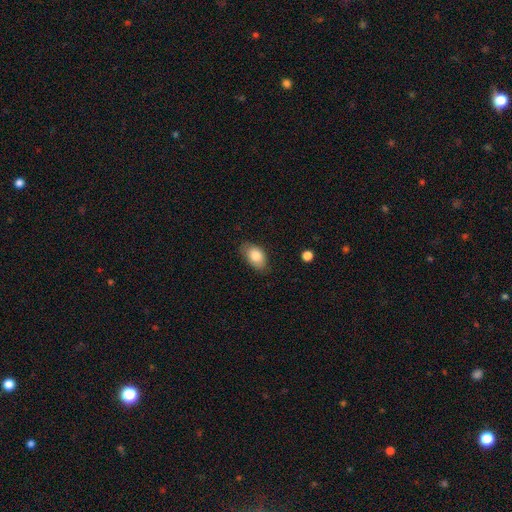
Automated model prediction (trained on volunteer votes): A smooth galaxy with no disk features (81%) that is in between round and cigar-shaped (90%). Merging: none (76%).